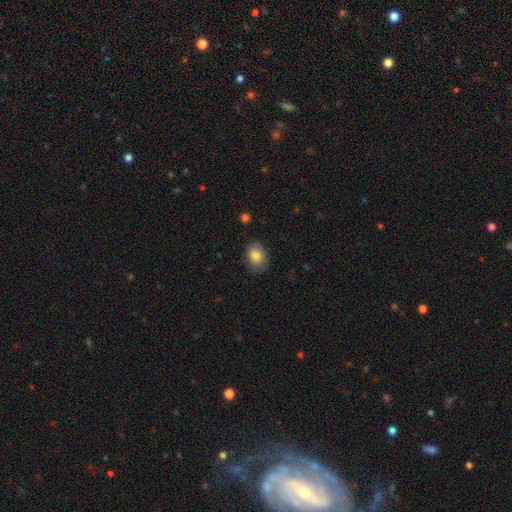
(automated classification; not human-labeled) Smooth or featured? smooth (83%)
How rounded? in between (66%)
Merging? none (79%)